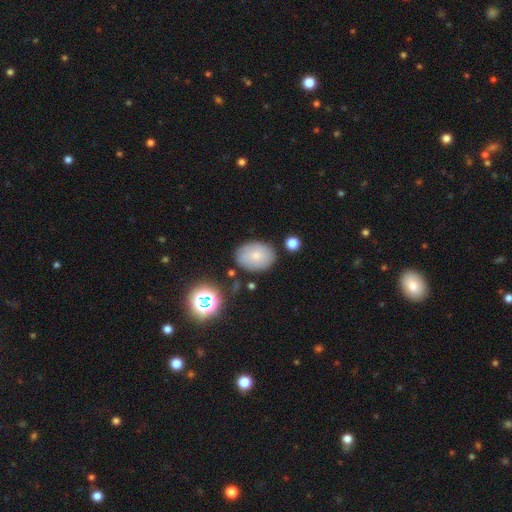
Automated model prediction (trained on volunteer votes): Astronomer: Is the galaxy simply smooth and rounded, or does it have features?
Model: smooth — 75%.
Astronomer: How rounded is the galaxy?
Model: in between — 74%.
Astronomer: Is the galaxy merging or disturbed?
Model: none — 78%.